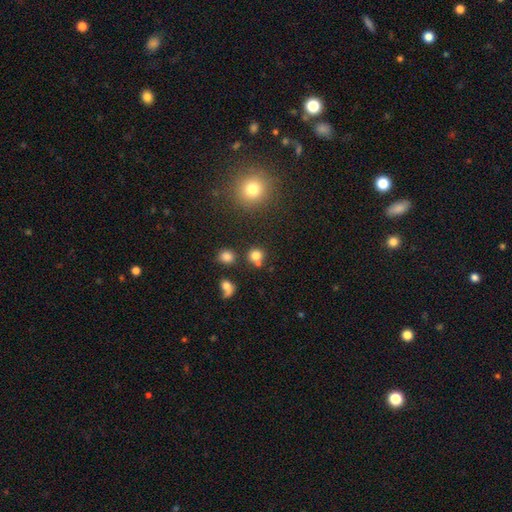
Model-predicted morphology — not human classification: smooth 77%, star or artifact 15%, featured or disk 7%. Down the decision tree: how rounded — round (87%); merging — none (66%).